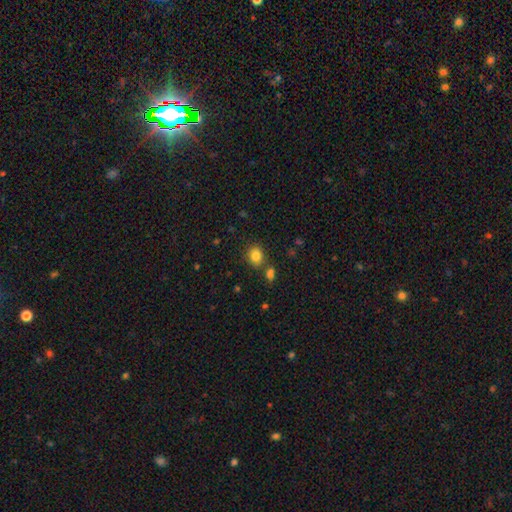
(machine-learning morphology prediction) smooth 83%, star or artifact 11%, featured or disk 6%. Down the decision tree: how rounded — round (62%); merging — none (75%).